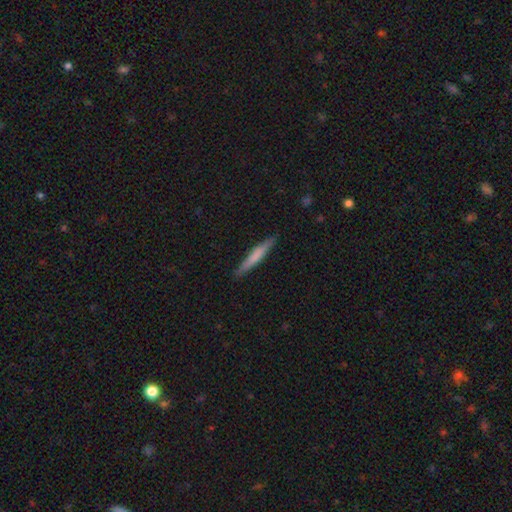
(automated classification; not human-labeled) Q: Smooth or featured?
A: smooth (65%); runner-up: featured or disk (29%)
Q: How rounded?
A: cigar-shaped (95%); runner-up: in between (4%)
Q: Merging?
A: none (90%); runner-up: minor disturbance (7%)